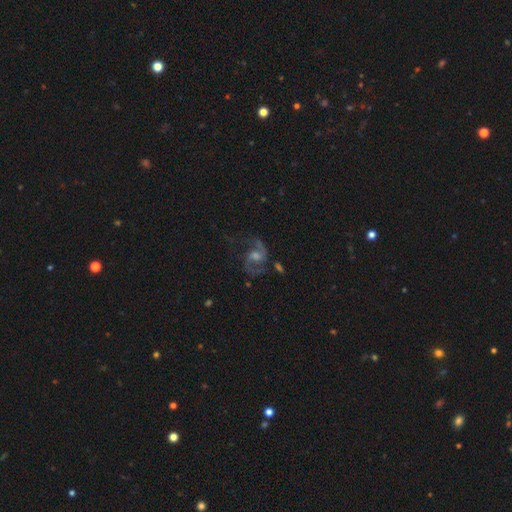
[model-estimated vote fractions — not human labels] featured or disk 86%, star or artifact 8%, smooth 6%. Down the decision tree: edge-on disk — no (97%); bar — no (47%); spiral arms — yes (96%); spiral arm count — 2 (92%); spiral winding — medium (50%); bulge size — moderate (53%); merging — none (69%).